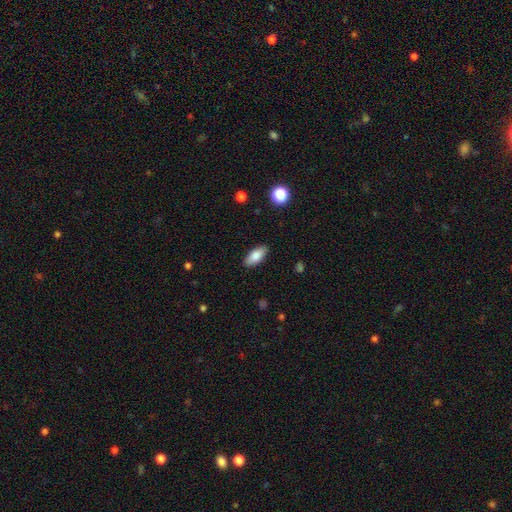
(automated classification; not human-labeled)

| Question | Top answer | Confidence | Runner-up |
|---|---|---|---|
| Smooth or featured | smooth | 81% | featured or disk (12%) |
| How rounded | in between | 82% | cigar-shaped (16%) |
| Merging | none | 89% | minor disturbance (8%) |